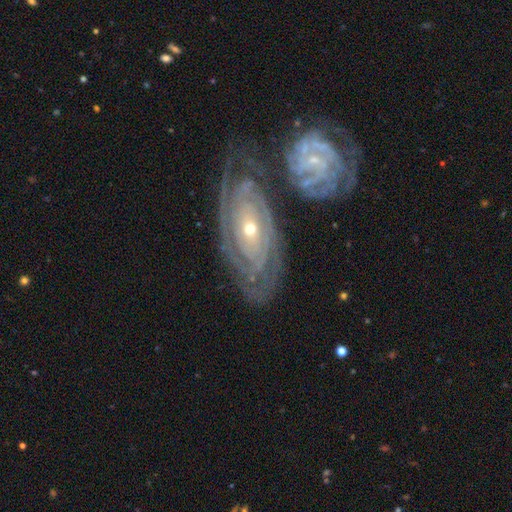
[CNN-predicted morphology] smooth_or_featured: featured or disk (p=0.87) [alt: smooth p=0.07]
disk_edge_on: no (p=0.94) [alt: yes p=0.06]
bar: no (p=0.65) [alt: weak p=0.23]
has_spiral_arms: yes (p=0.96) [alt: no p=0.04]
spiral_winding: tight (p=0.85) [alt: medium p=0.13]
spiral_arm_count: can't tell (p=0.38) [alt: 2 p=0.19]
bulge_size: small (p=0.64) [alt: moderate p=0.32]
merging: none (p=0.62) [alt: merger p=0.18]